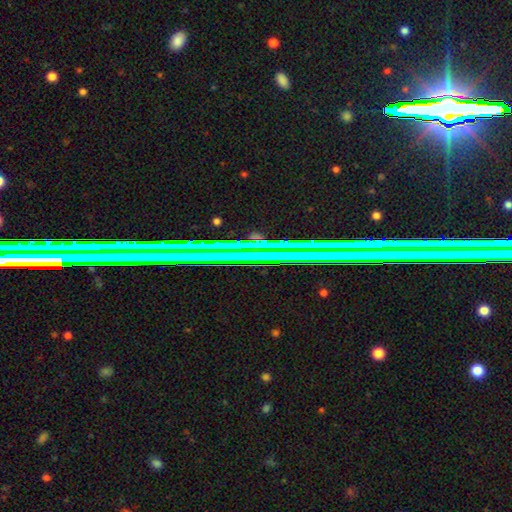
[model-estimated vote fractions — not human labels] This appears to be a star or artifact, not a galaxy (72%).